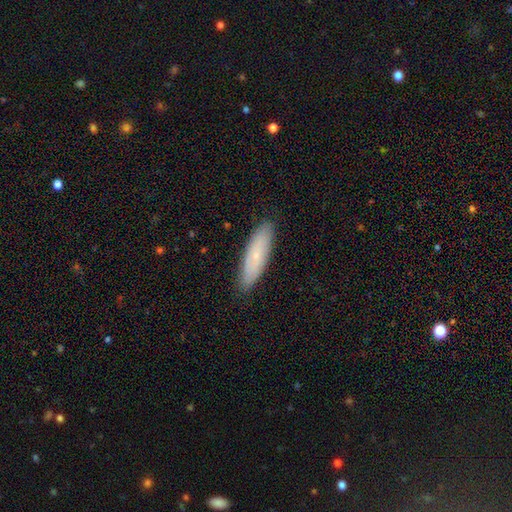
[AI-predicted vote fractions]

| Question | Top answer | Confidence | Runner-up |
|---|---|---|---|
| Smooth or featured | smooth | 66% | featured or disk (27%) |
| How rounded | cigar-shaped | 60% | in between (38%) |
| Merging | none | 88% | minor disturbance (10%) |